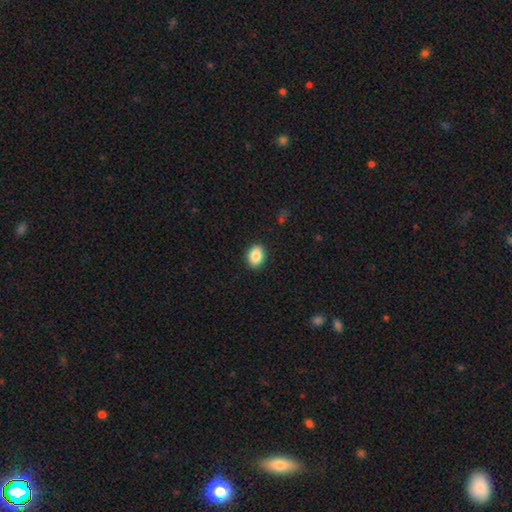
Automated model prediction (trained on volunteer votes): This appears to be a smooth galaxy with no disk features (87%) that is in between round and cigar-shaped (72%). Merging: none (90%).